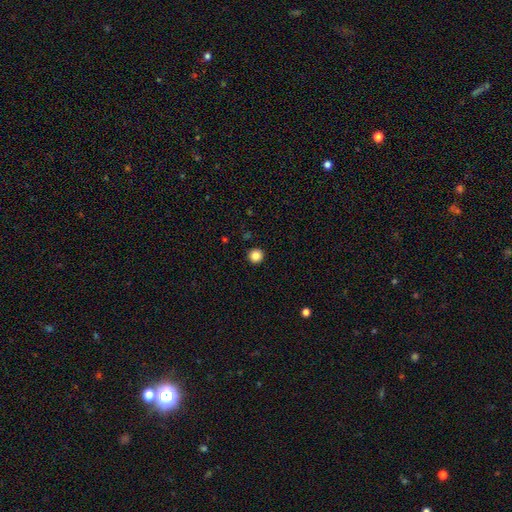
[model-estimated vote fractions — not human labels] Overall: smooth (85%). How rounded: round (96%). Merging: none (94%).